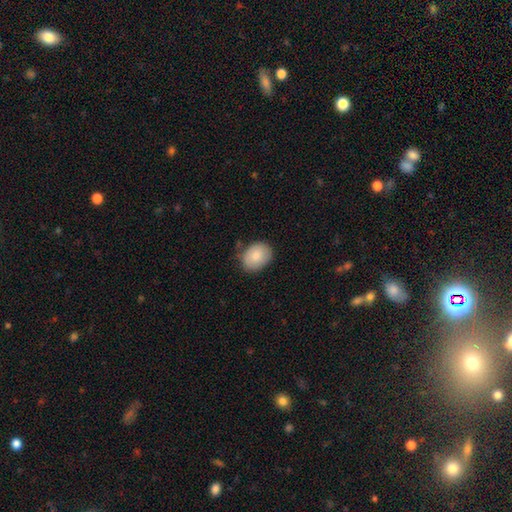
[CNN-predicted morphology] This is clearly a smooth galaxy (84%). How rounded: possibly in between (60%). Merging: likely none (77%).